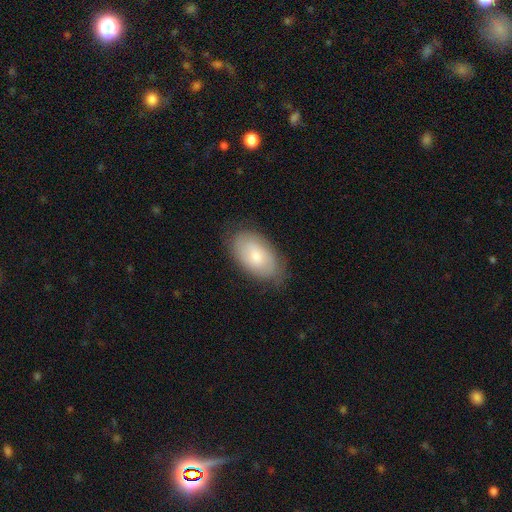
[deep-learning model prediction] This is likely a smooth galaxy (63%). How rounded: clearly in between (94%). Merging: likely none (77%).